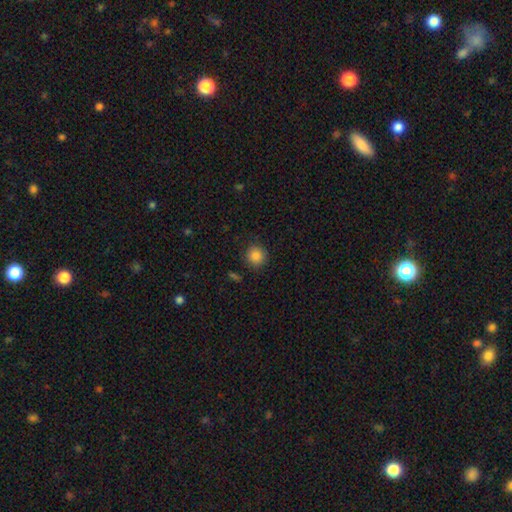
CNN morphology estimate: Smooth or featured?
  - smooth: 85% *
  - star or artifact: 10%
  - featured or disk: 5%
How rounded?
  - round: 93% *
  - in between: 6%
  - cigar-shaped: 1%
Merging?
  - none: 89% *
  - minor disturbance: 7%
  - major disturbance: 2%
  - merger: 1%